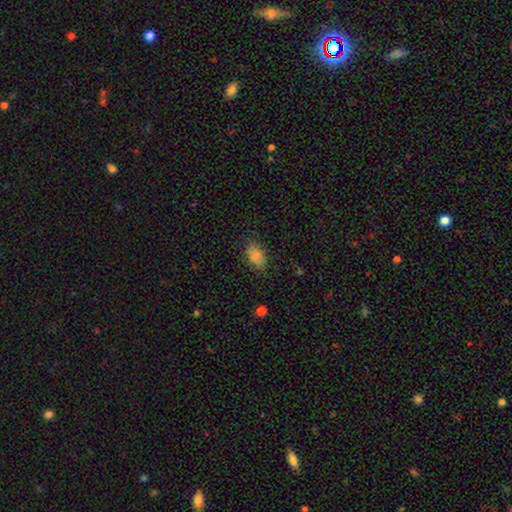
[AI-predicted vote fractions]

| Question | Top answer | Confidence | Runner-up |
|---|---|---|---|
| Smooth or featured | smooth | 83% | star or artifact (10%) |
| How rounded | in between | 89% | round (8%) |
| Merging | none | 76% | minor disturbance (18%) |